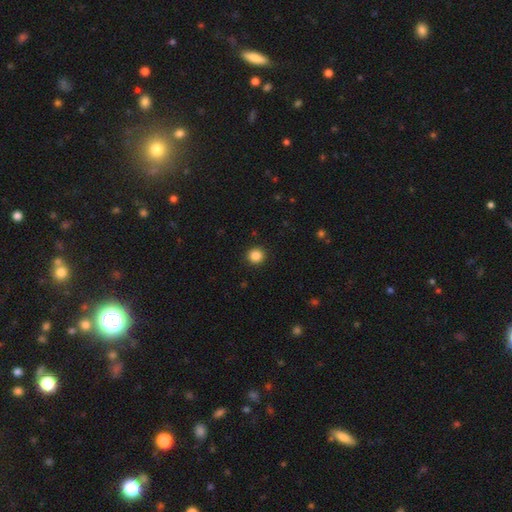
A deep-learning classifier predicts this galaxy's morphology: smooth-or-featured: smooth: 86% | star or artifact: 11% | featured or disk: 3%
  how-rounded: round: 94% | in between: 5% | cigar-shaped: 1%
  merging: none: 92% | minor disturbance: 5% | major disturbance: 2% | merger: 1%